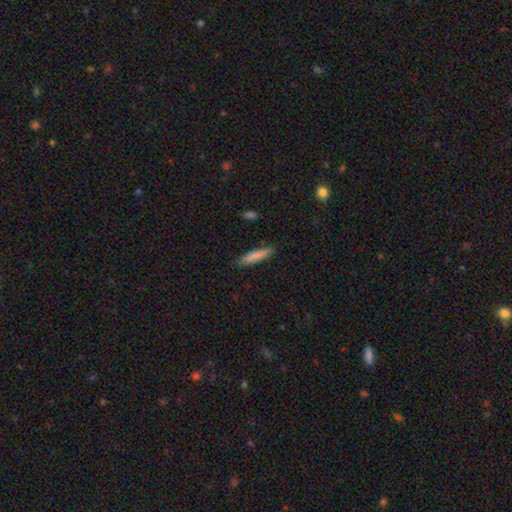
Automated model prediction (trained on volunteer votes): Smooth or featured? smooth (82%)
How rounded? cigar-shaped (85%)
Merging? none (86%)